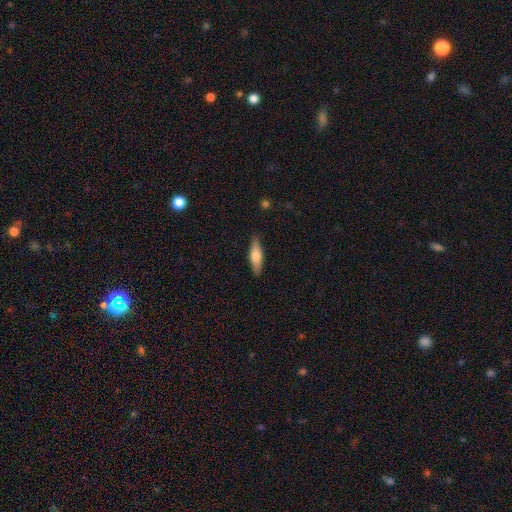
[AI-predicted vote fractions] Q: Smooth or featured?
A: smooth (63%); runner-up: featured or disk (31%)
Q: How rounded?
A: cigar-shaped (58%); runner-up: in between (40%)
Q: Merging?
A: none (88%); runner-up: minor disturbance (9%)